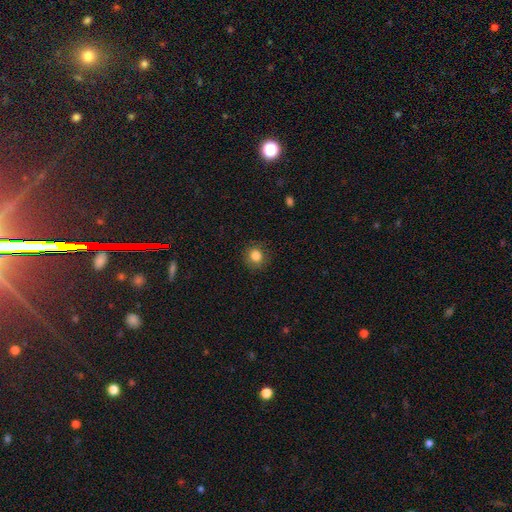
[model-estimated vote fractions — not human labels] A smooth galaxy with no disk features (84%) that is round (88%).

Vote fractions:
- Smooth or featured? smooth: 84% / star or artifact: 11% / featured or disk: 6%
- How rounded? round: 88% / in between: 11% / cigar-shaped: 1%
- Merging? none: 89% / minor disturbance: 8% / major disturbance: 2% / merger: 1%